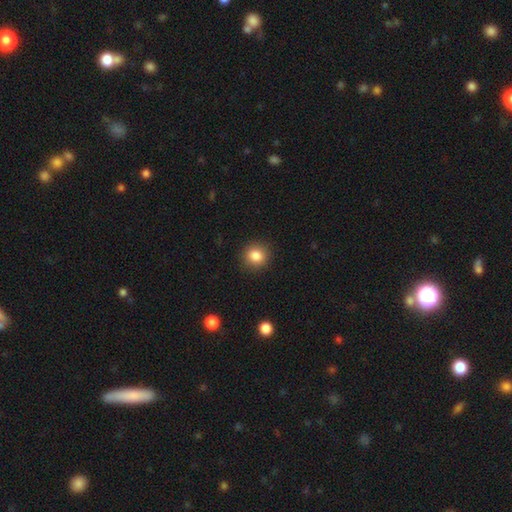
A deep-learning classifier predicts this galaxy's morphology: This is clearly a smooth galaxy (85%). How rounded: clearly round (87%). Merging: clearly none (89%).